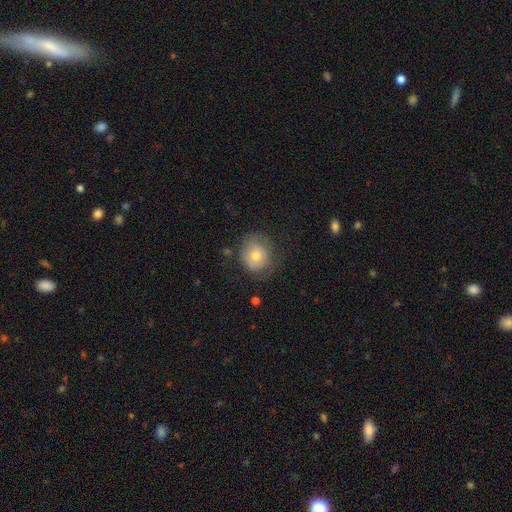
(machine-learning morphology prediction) This is likely a smooth galaxy (64%). How rounded: likely round (79%). Merging: likely none (65%).